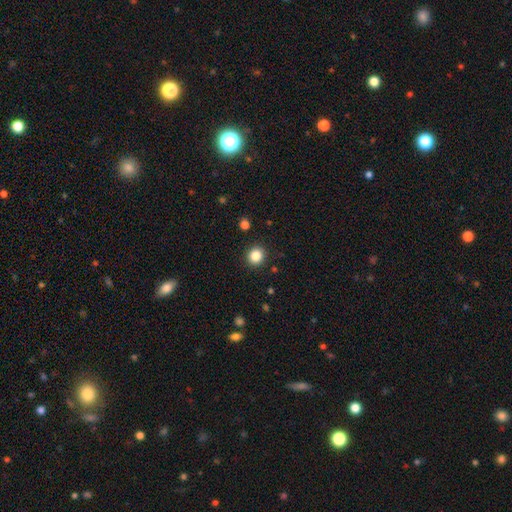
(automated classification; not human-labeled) A smooth galaxy with no disk features (85%) that is round (88%).

Vote fractions:
- Smooth or featured? smooth: 85% / star or artifact: 11% / featured or disk: 4%
- How rounded? round: 88% / in between: 11% / cigar-shaped: 1%
- Merging? none: 91% / minor disturbance: 5% / major disturbance: 2% / merger: 1%